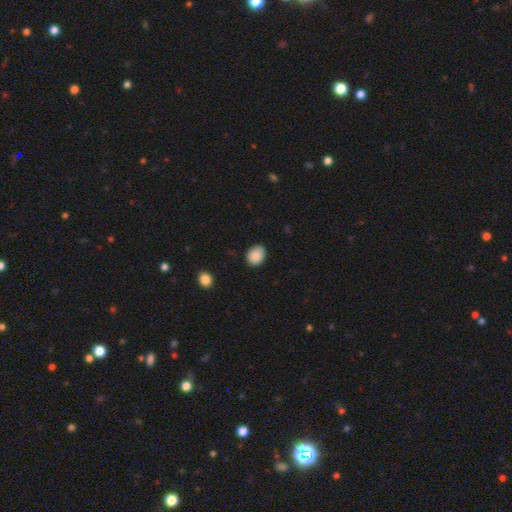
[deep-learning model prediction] smooth-or-featured: smooth: 89% | star or artifact: 8% | featured or disk: 3%
  how-rounded: in between: 58% | round: 41% | cigar-shaped: 1%
  merging: none: 84% | minor disturbance: 13% | major disturbance: 2% | merger: 1%